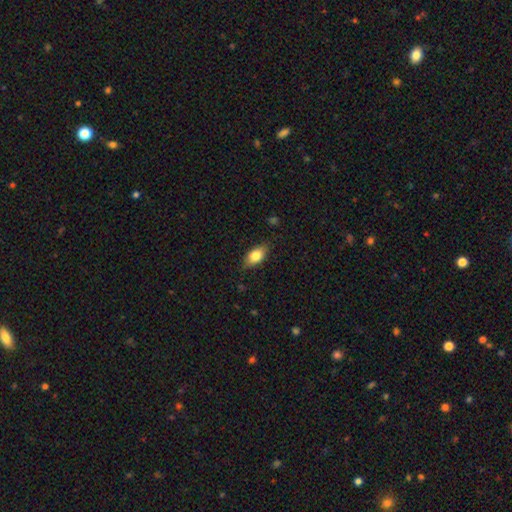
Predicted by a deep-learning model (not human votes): Smooth or featured? Predicted: smooth (p=0.81). How rounded? Predicted: in between (p=0.87). Merging? Predicted: none (p=0.82).